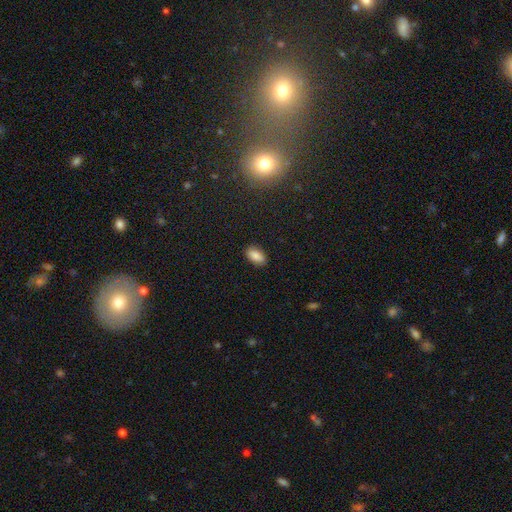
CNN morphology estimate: A smooth galaxy with no disk features (87%) that is in between round and cigar-shaped (93%).

Vote fractions:
- Smooth or featured? smooth: 87% / star or artifact: 8% / featured or disk: 5%
- How rounded? in between: 93% / round: 4% / cigar-shaped: 3%
- Merging? none: 88% / minor disturbance: 9% / major disturbance: 2% / merger: 1%